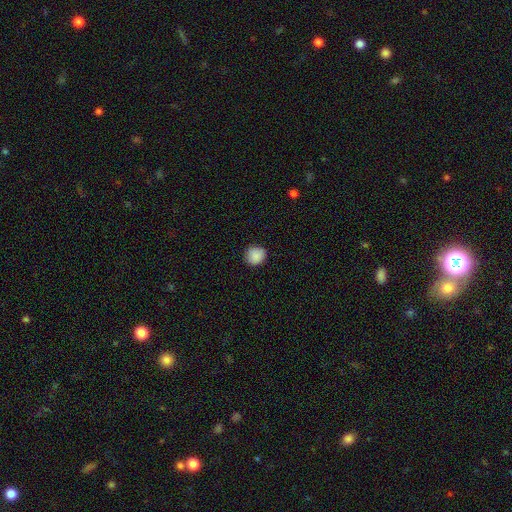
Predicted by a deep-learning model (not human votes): Smooth or featured?
  - smooth: 89% *
  - star or artifact: 8%
  - featured or disk: 3%
How rounded?
  - round: 89% *
  - in between: 10%
  - cigar-shaped: 1%
Merging?
  - none: 87% *
  - minor disturbance: 10%
  - major disturbance: 2%
  - merger: 1%